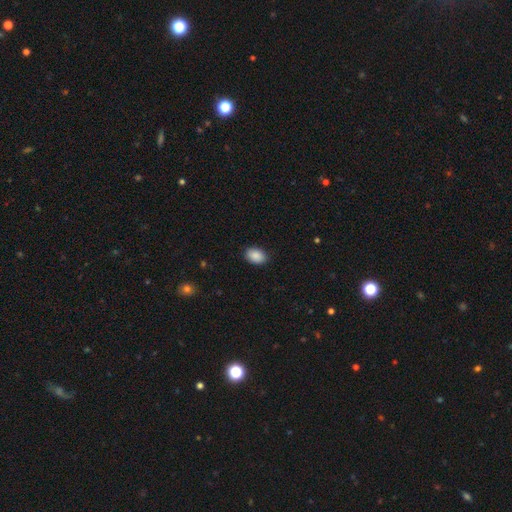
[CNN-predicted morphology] smooth_or_featured: smooth (p=0.89) [alt: star or artifact p=0.07]
how_rounded: in between (p=0.85) [alt: round p=0.14]
merging: none (p=0.87) [alt: minor disturbance p=0.10]